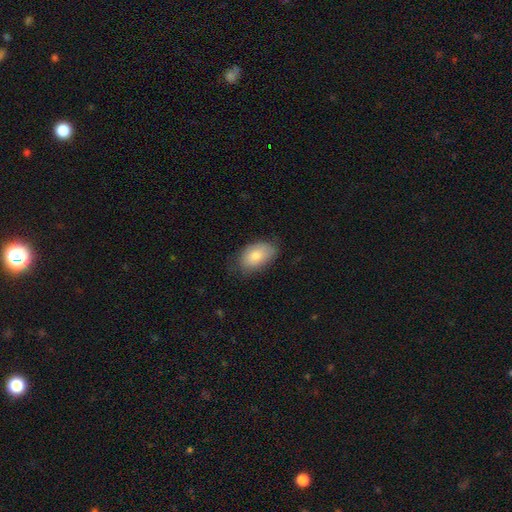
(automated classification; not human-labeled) A smooth galaxy with no disk features (81%) that is in between round and cigar-shaped (92%).

Vote fractions:
- Smooth or featured? smooth: 81% / featured or disk: 12% / star or artifact: 6%
- How rounded? in between: 92% / round: 7% / cigar-shaped: 1%
- Merging? none: 73% / minor disturbance: 21% / major disturbance: 5% / merger: 1%